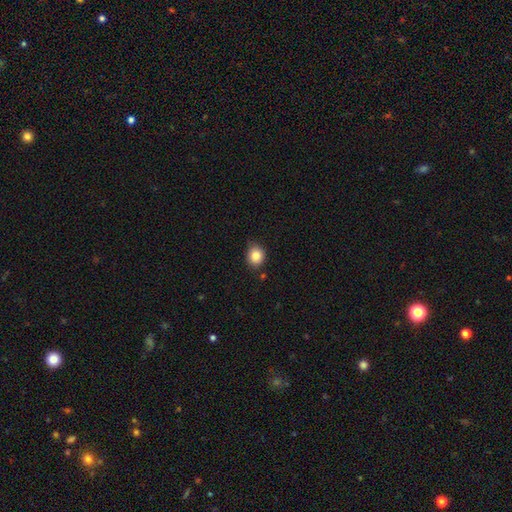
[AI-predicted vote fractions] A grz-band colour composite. It shows a smooth galaxy with no disk features (85%) that is round (72%). Merging: none (76%).